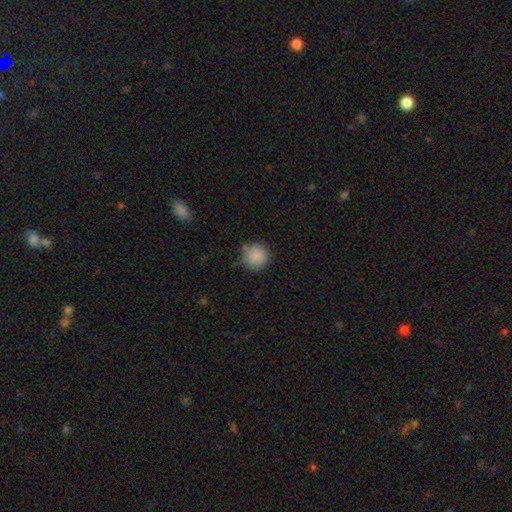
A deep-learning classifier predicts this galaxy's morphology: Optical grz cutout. It shows a smooth galaxy with no disk features (87%) that is round (94%). Merging: none (82%).